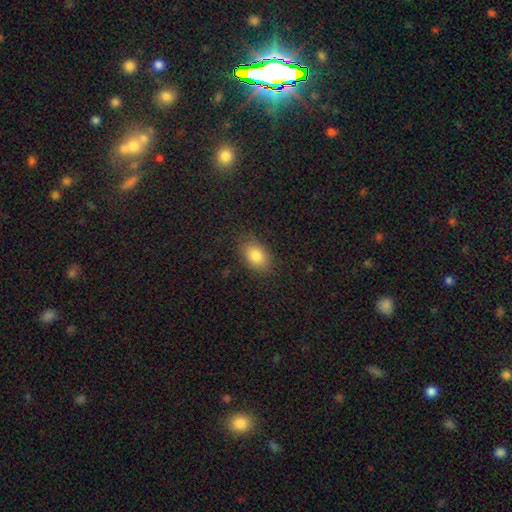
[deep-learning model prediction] Smooth or featured: smooth — 83% (star or artifact — 9%)
How rounded: in between — 86% (round — 13%)
Merging: none — 85% (minor disturbance — 11%)